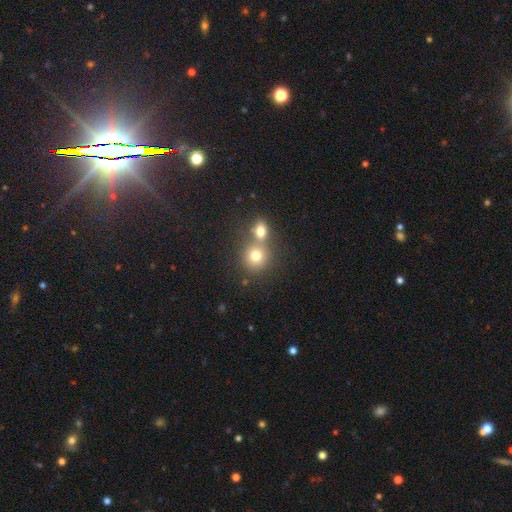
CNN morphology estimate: Smooth or featured?
  - smooth: 76% *
  - star or artifact: 13%
  - featured or disk: 11%
How rounded?
  - round: 84% *
  - in between: 15%
  - cigar-shaped: 1%
Merging?
  - none: 47% *
  - merger: 43%
  - minor disturbance: 7%
  - major disturbance: 3%